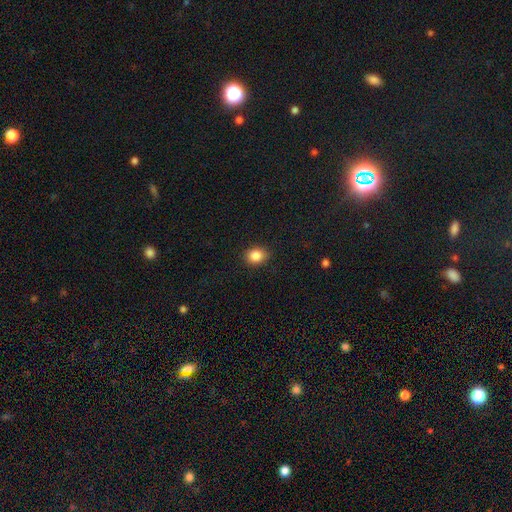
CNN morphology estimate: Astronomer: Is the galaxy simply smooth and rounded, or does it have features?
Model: smooth — 86%.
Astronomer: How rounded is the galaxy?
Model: round — 55% (runner-up: in between, 44%).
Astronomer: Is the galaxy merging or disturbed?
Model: none — 88%.